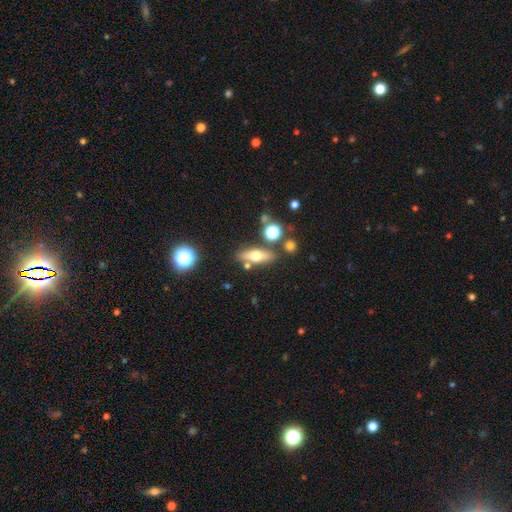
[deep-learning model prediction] The model was most divided on "smooth or featured": smooth: 49%, featured or disk: 41%, star or artifact: 10%. More confident: merging — none (77%).